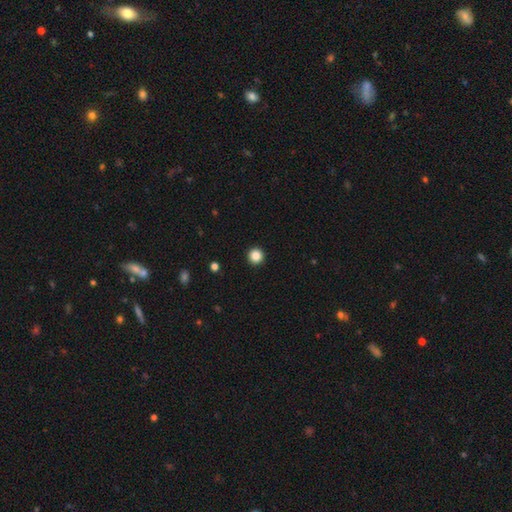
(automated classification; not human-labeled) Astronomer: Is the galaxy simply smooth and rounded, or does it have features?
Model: smooth — 85%.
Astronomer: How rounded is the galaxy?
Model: round — 96%.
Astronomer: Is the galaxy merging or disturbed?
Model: none — 93%.